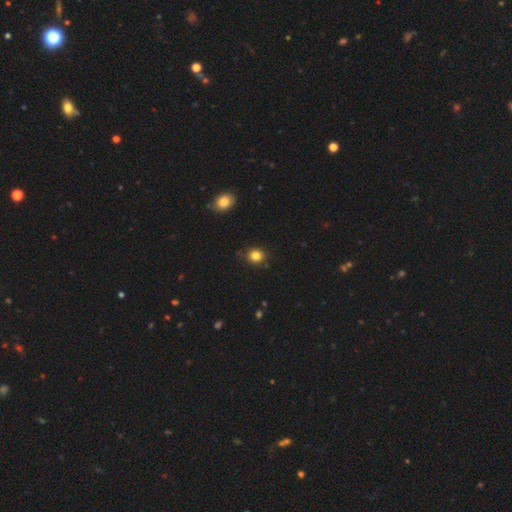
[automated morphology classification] type=smooth (82%); roundness=round (79%); merging=none (86%).